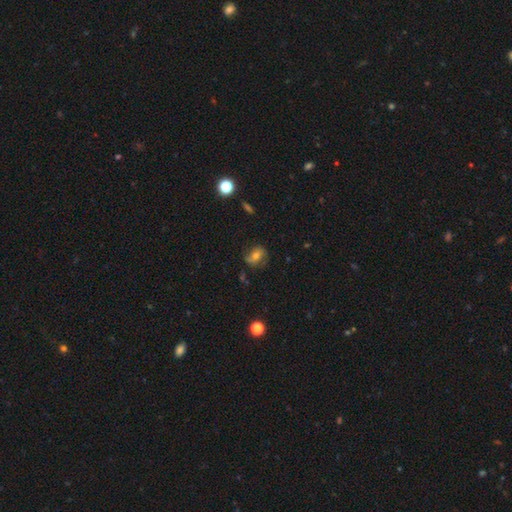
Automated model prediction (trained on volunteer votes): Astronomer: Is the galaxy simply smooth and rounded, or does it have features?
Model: smooth — 52% (runner-up: featured or disk, 35%).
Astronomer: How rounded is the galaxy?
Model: in between — 60% (runner-up: round, 38%).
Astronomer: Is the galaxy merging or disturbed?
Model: none — 61%.